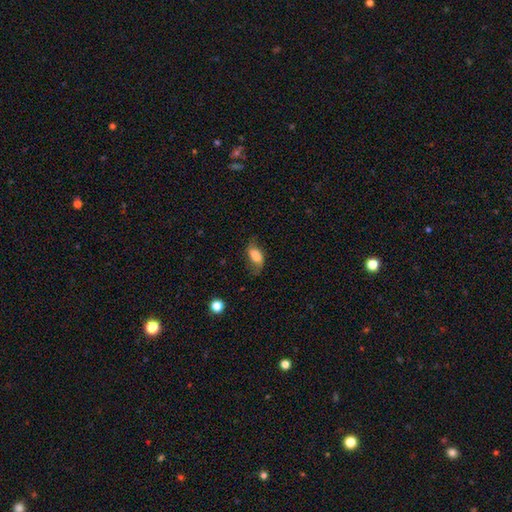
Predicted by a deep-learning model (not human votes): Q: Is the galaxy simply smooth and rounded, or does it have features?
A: smooth — 60%.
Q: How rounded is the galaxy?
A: in between — 86%.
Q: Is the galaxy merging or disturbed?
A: none — 39%.